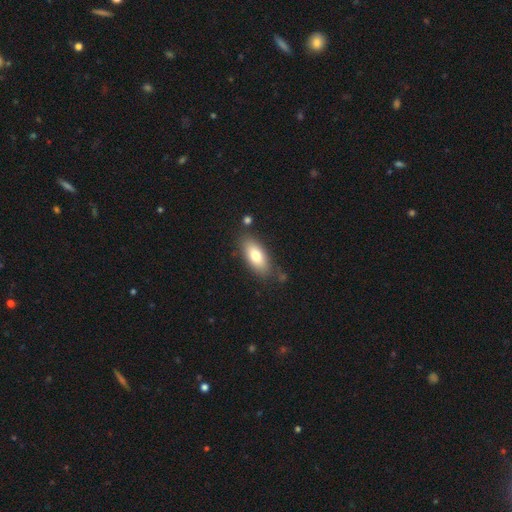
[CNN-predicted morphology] Q: Smooth or featured?
A: smooth (75%); runner-up: featured or disk (18%)
Q: How rounded?
A: in between (85%); runner-up: cigar-shaped (12%)
Q: Merging?
A: none (80%); runner-up: minor disturbance (13%)